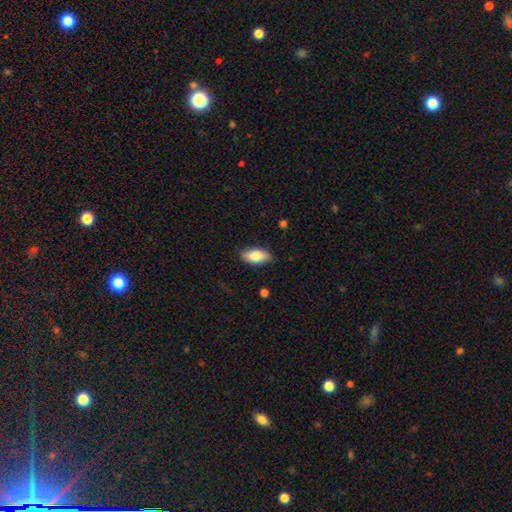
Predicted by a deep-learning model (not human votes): smooth 82%, featured or disk 12%, star or artifact 6%. Down the decision tree: how rounded — in between (91%); merging — none (85%).